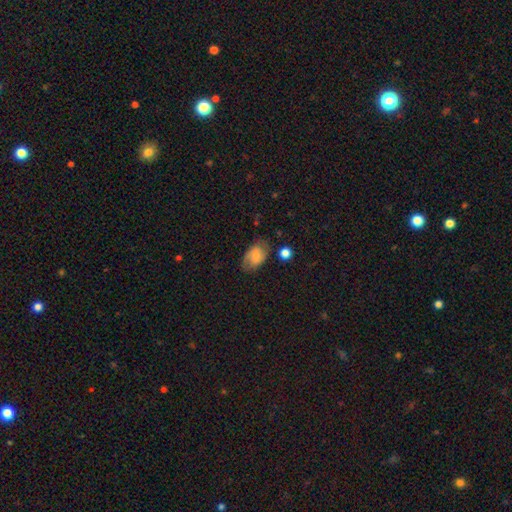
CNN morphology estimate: A smooth galaxy with no disk features (70%) that is in between round and cigar-shaped (88%).

Vote fractions:
- Smooth or featured? smooth: 70% / featured or disk: 22% / star or artifact: 8%
- How rounded? in between: 88% / round: 10% / cigar-shaped: 1%
- Merging? none: 64% / minor disturbance: 25% / major disturbance: 8% / merger: 3%